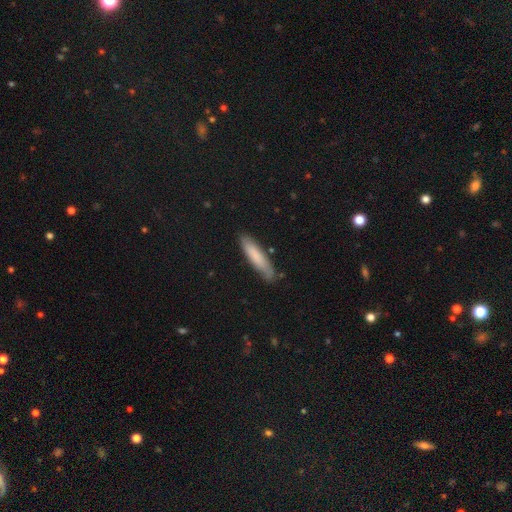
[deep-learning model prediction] Overall: smooth (78%). How rounded: cigar-shaped (81%). Merging: none (79%).